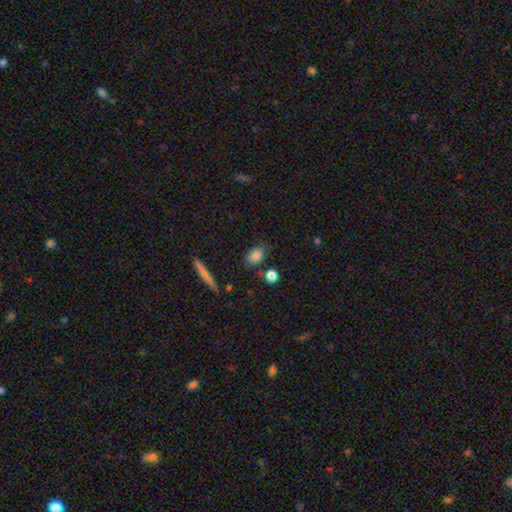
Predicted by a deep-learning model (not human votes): Smooth or featured? Predicted: smooth (p=0.84). How rounded? Predicted: in between (p=0.76). Merging? Predicted: none (p=0.76).